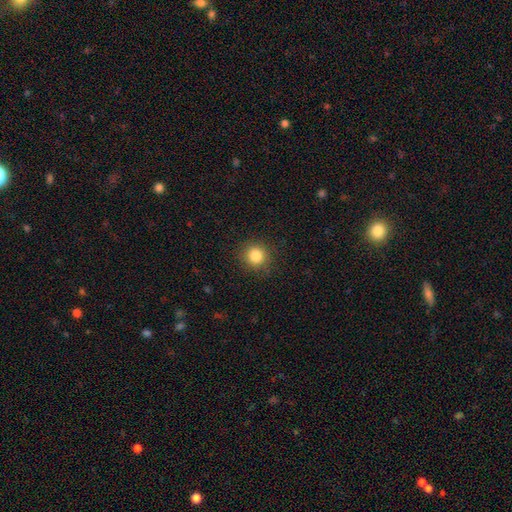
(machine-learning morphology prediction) Overall: smooth (84%). How rounded: round (91%). Merging: none (89%).